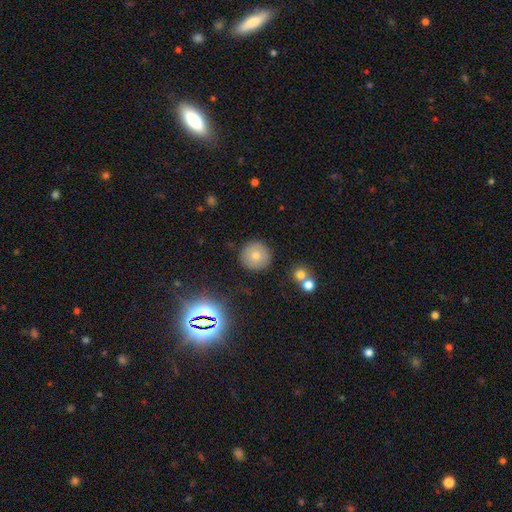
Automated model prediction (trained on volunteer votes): Smooth or featured: smooth — 73% (featured or disk — 14%)
How rounded: round — 95% (in between — 4%)
Merging: none — 89% (minor disturbance — 7%)